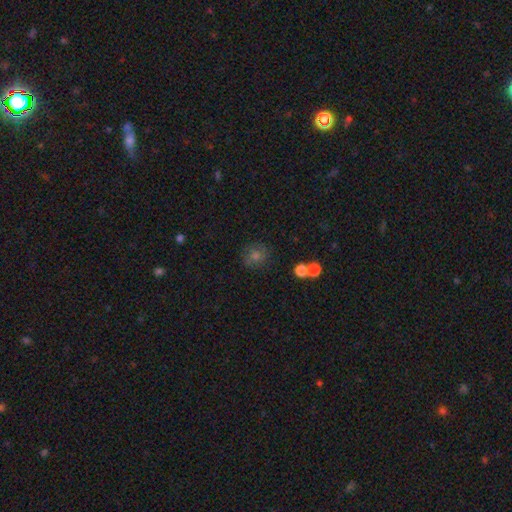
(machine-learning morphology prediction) Smooth or featured? Predicted: smooth (p=0.60). How rounded? Predicted: round (p=0.85). Merging? Predicted: none (p=0.81).